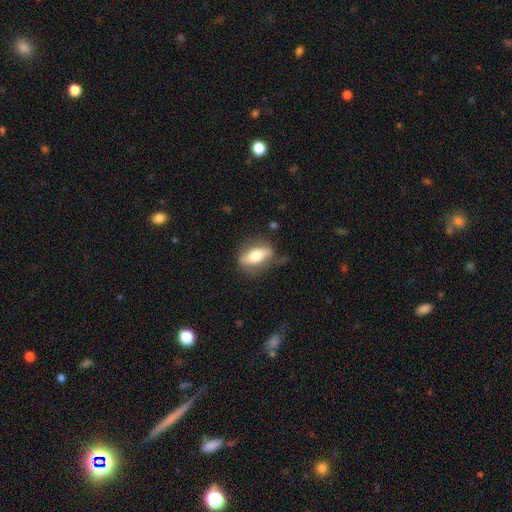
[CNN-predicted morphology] A smooth galaxy with no disk features (62%) that is in between round and cigar-shaped (77%).

Vote fractions:
- Smooth or featured? smooth: 62% / featured or disk: 31% / star or artifact: 7%
- How rounded? in between: 77% / cigar-shaped: 17% / round: 7%
- Merging? none: 73% / minor disturbance: 18% / major disturbance: 7% / merger: 2%